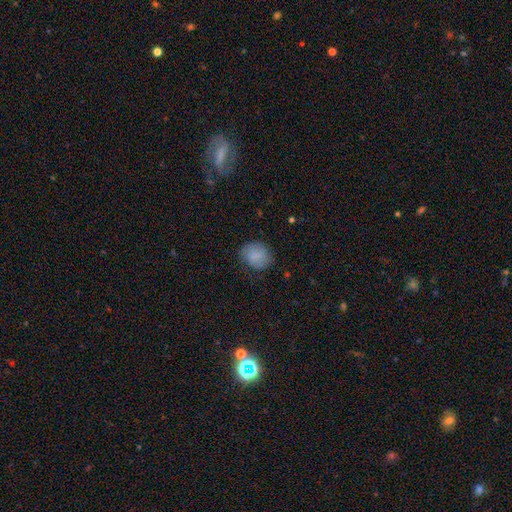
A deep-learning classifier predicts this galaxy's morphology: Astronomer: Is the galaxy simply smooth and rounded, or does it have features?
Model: smooth — 80%.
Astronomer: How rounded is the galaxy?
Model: round — 67%.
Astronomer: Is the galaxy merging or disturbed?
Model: none — 76%.